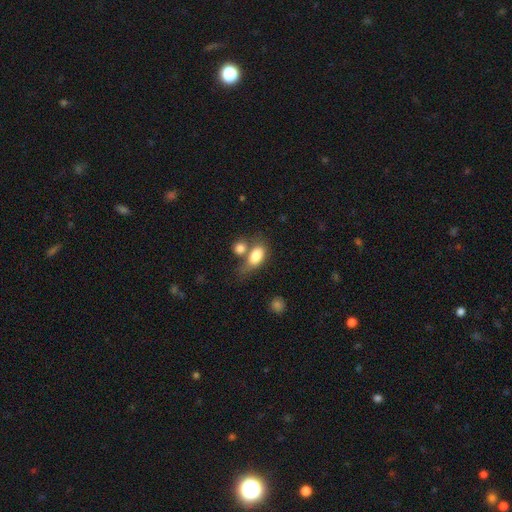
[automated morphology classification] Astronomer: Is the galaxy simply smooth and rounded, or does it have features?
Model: smooth — 81%.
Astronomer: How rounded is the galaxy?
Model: in between — 86%.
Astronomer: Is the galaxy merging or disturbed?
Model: merger — 43% (runner-up: none, 34%).